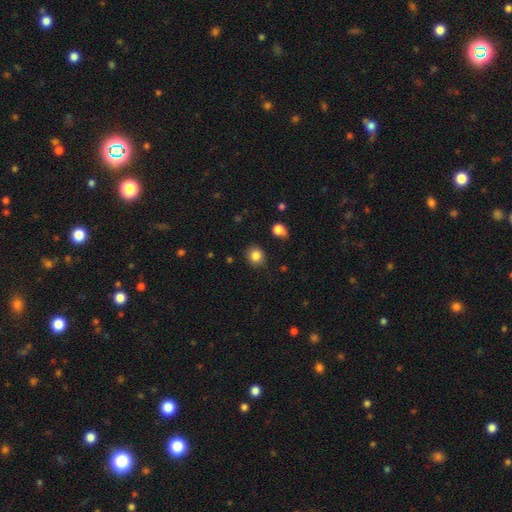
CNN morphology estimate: Smooth or featured?
  - smooth: 84% *
  - star or artifact: 11%
  - featured or disk: 5%
How rounded?
  - round: 82% *
  - in between: 17%
  - cigar-shaped: 1%
Merging?
  - none: 84% *
  - minor disturbance: 11%
  - major disturbance: 3%
  - merger: 2%